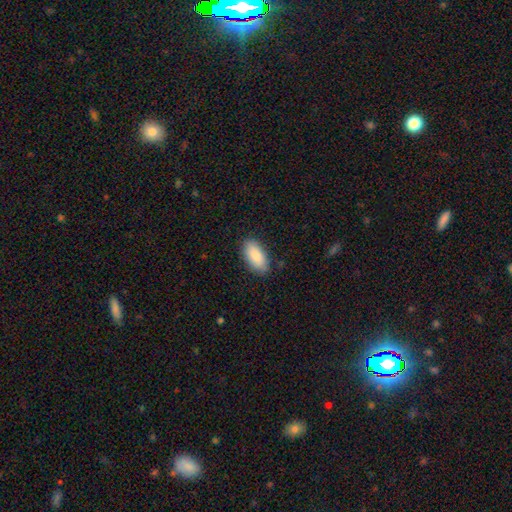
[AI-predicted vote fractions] A smooth galaxy with no disk features (89%) that is in between round and cigar-shaped (92%). Merging: none (86%).